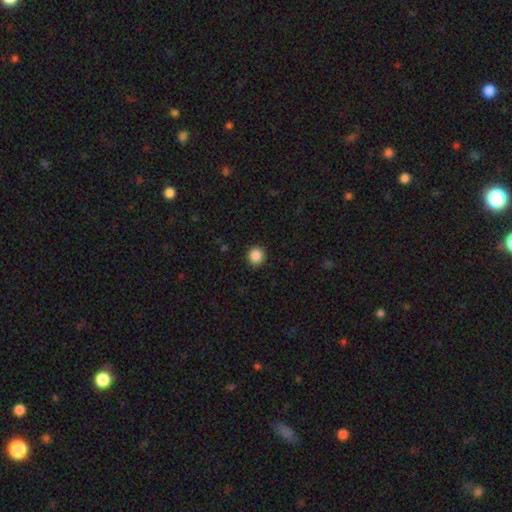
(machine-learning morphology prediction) Overall: smooth (88%). How rounded: round (92%). Merging: none (91%).